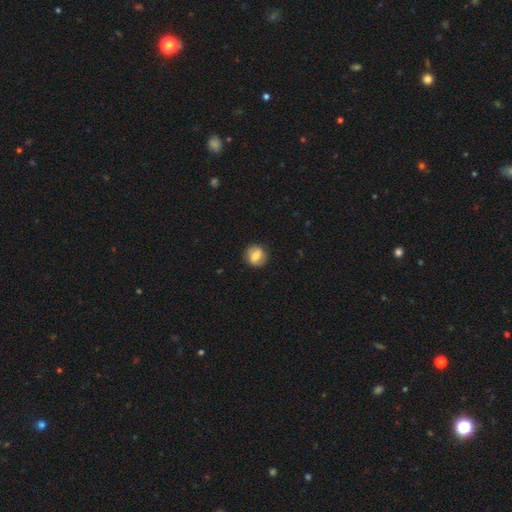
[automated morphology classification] type=smooth (64%); roundness=round (74%); merging=none (83%).